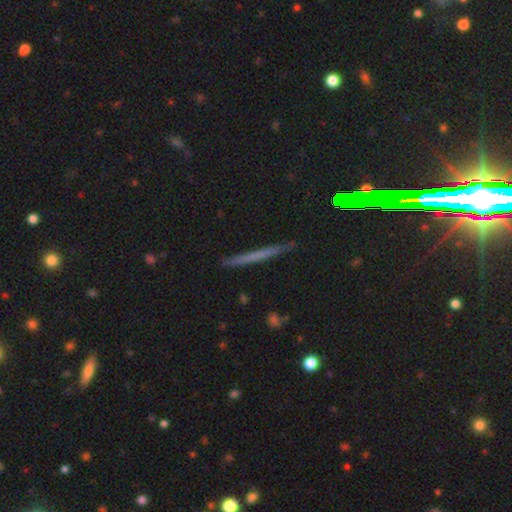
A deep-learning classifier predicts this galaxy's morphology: A smooth galaxy with no disk features (46%).

Vote fractions:
- Smooth or featured? smooth: 46% / featured or disk: 43% / star or artifact: 12%
- Merging? none: 88% / minor disturbance: 9% / major disturbance: 2% / merger: 2%